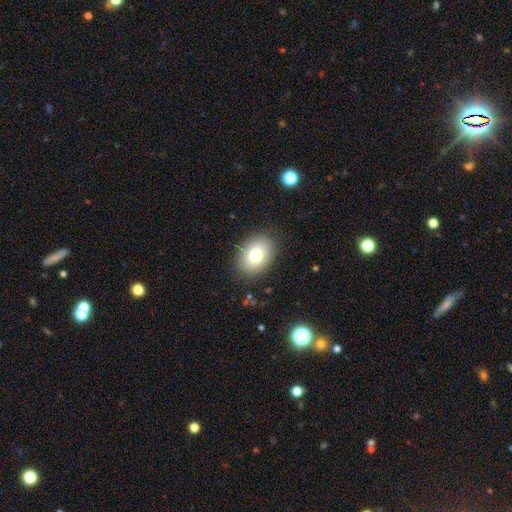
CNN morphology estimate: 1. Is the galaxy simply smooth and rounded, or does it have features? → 79% smooth, 12% featured or disk, 9% star or artifact.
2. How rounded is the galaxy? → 67% in between, 32% round, 1% cigar-shaped.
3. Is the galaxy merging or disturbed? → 86% none, 9% minor disturbance, 3% major disturbance, 1% merger.